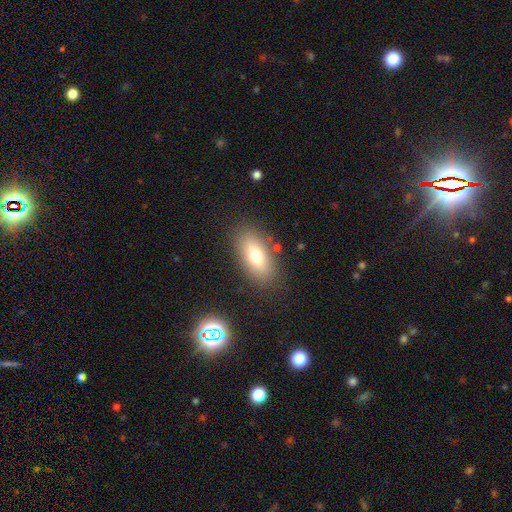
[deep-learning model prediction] Smooth or featured? Predicted: smooth (p=0.69). How rounded? Predicted: in between (p=0.84). Merging? Predicted: none (p=0.83).